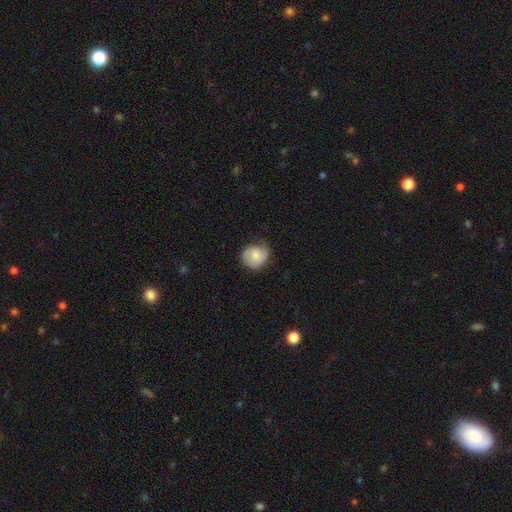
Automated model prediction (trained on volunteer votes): Smooth or featured? Predicted: smooth (p=0.63). How rounded? Predicted: round (p=0.82). Merging? Predicted: none (p=0.62).